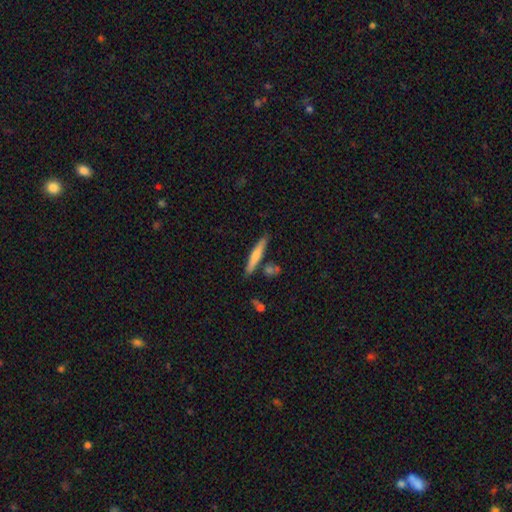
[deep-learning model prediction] A smooth galaxy with no disk features (64%) that is cigar-shaped (92%). Merging: none (81%).